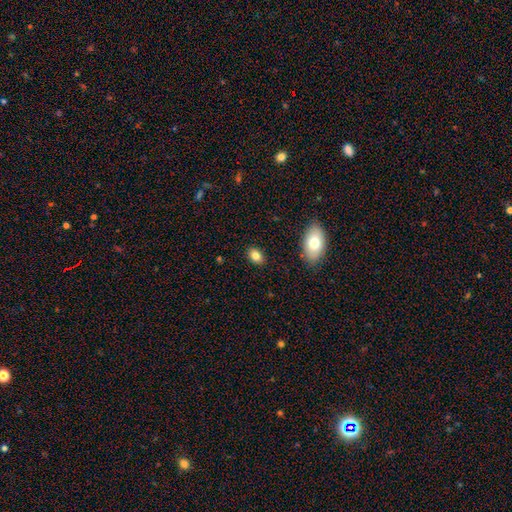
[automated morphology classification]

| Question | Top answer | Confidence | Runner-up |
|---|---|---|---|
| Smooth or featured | smooth | 80% | star or artifact (10%) |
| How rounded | in between | 76% | round (23%) |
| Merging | none | 87% | minor disturbance (9%) |